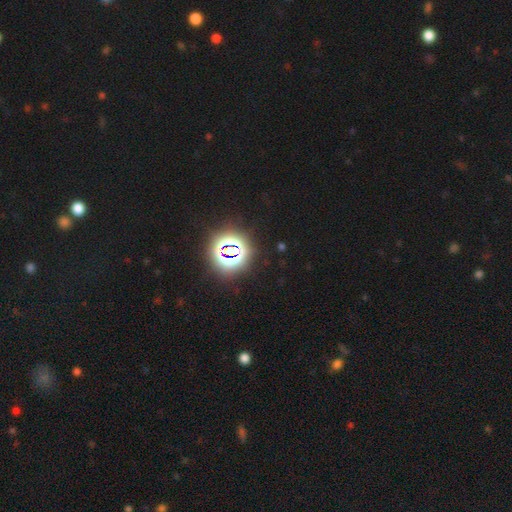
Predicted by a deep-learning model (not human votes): A star or artifact, not a galaxy (82%).

Vote fractions:
- Smooth or featured? star or artifact: 82% / smooth: 12% / featured or disk: 6%